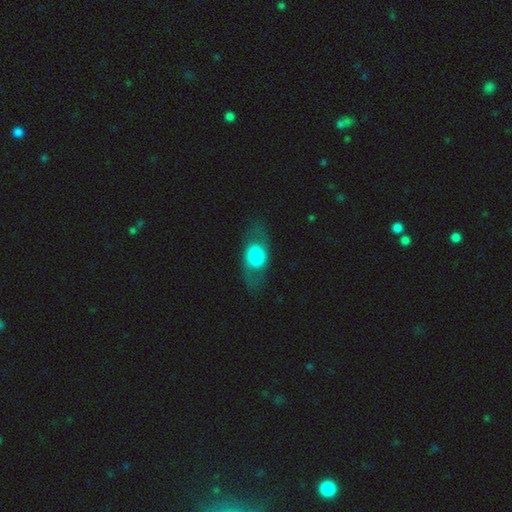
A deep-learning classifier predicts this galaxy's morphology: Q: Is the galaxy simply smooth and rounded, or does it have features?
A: smooth — 51%.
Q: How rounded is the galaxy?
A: in between — 61%.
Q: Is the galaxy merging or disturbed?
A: none — 75%.